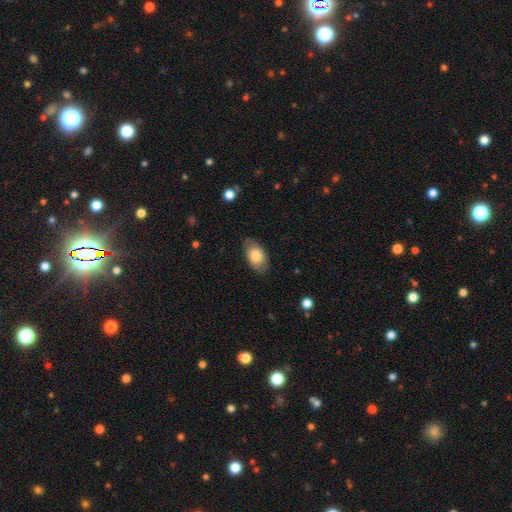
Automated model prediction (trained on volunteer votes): smooth-or-featured: smooth: 78% | featured or disk: 16% | star or artifact: 6%
  how-rounded: in between: 92% | round: 7% | cigar-shaped: 2%
  merging: none: 78% | minor disturbance: 17% | major disturbance: 4% | merger: 1%